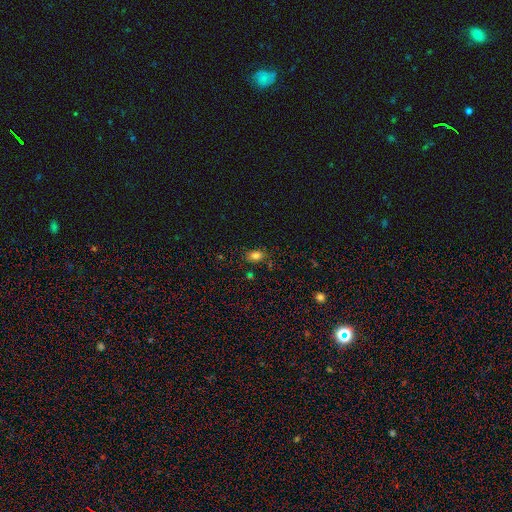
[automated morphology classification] type=smooth (81%); roundness=in between (77%); merging=none (80%).